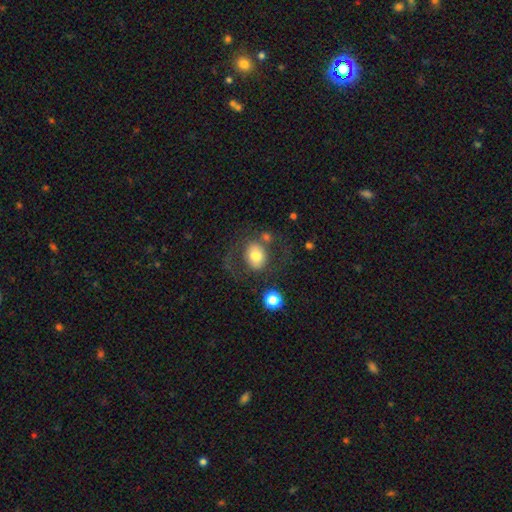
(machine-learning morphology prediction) This appears to be a smooth galaxy with no disk features (64%) that is round (54%). Merging: none (57%).